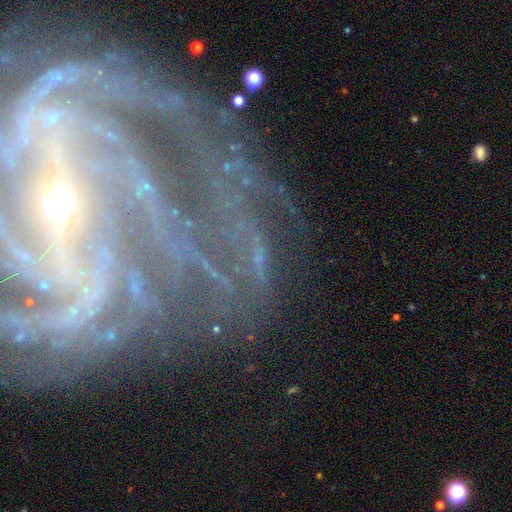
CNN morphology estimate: featured or disk 71%, star or artifact 18%, smooth 11%. Down the decision tree: edge-on disk — no (93%); bar — strong (34%, tied with no); spiral arms — yes (93%); spiral arm count — can't tell (27%); spiral winding — tight (68%); bulge size — small (60%); merging — none (71%).